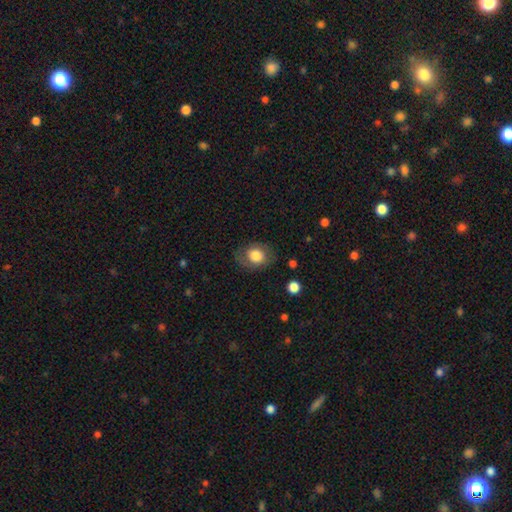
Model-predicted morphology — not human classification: type=smooth (74%); roundness=in between (52%); merging=none (75%).